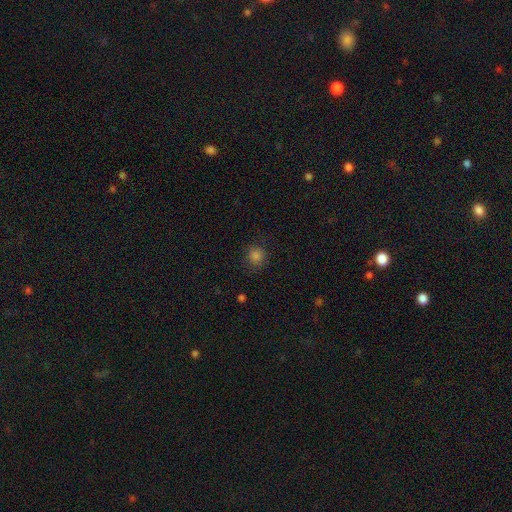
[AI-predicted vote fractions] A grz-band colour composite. It shows a smooth galaxy with no disk features (82%) that is round (88%). Merging: none (83%).